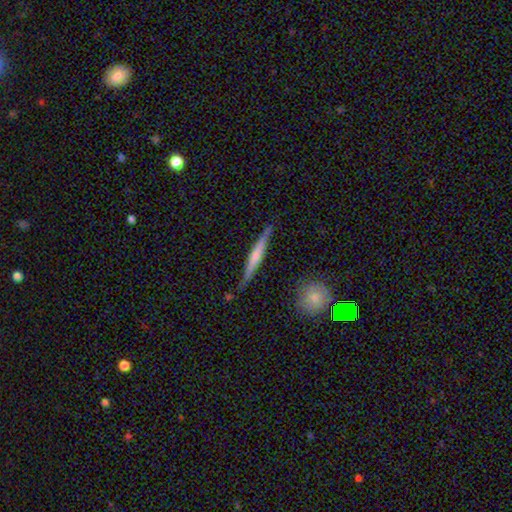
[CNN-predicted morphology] type=featured or disk (55%); edge-on=yes (97%); edge-on bulge=rounded (47%); merging=none (85%).